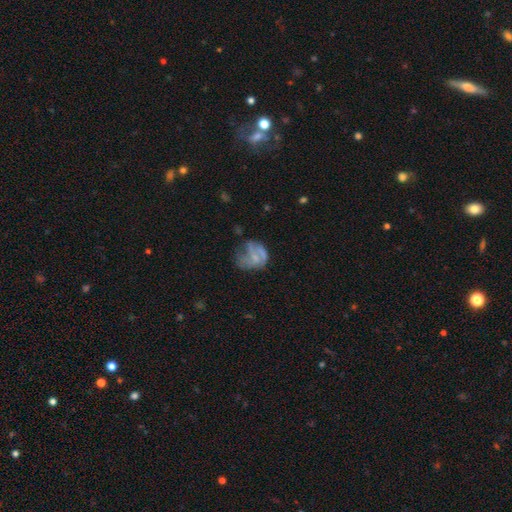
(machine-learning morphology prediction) smooth-or-featured: featured or disk: 49% | smooth: 40% | star or artifact: 11%
  merging: major disturbance: 39% | none: 32% | minor disturbance: 24% | merger: 6%